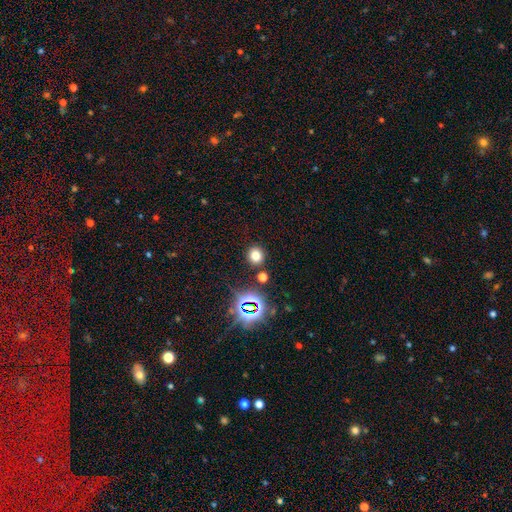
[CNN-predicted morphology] smooth 71%, star or artifact 21%, featured or disk 7%. Down the decision tree: how rounded — round (82%); merging — none (86%).